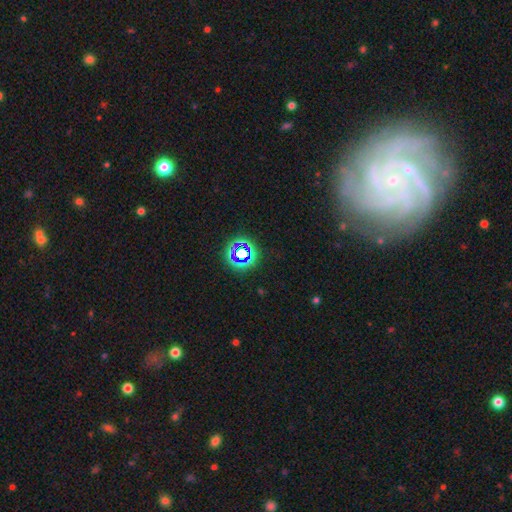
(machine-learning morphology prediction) Smooth or featured? featured or disk (68%)
Edge-on disk? no (94%)
Bar? no (64%)
Spiral arms? yes (91%)
Spiral winding? tight (73%)
Spiral arm count? can't tell (24%)
Bulge size? small (79%)
Merging? none (80%)